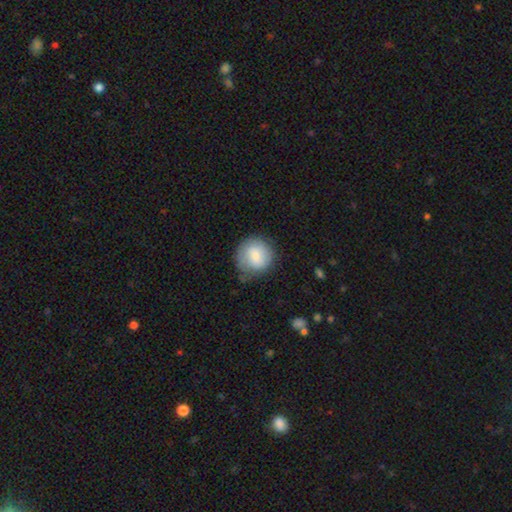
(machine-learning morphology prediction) type=smooth (80%); roundness=round (89%); merging=none (66%).